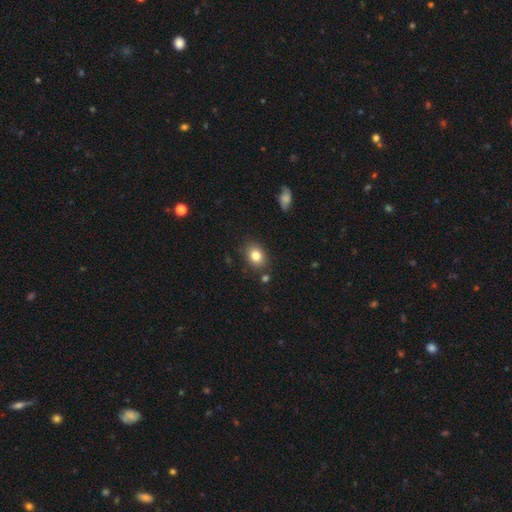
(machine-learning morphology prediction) smooth-or-featured: smooth: 82% | star or artifact: 10% | featured or disk: 8%
  how-rounded: in between: 57% | round: 42% | cigar-shaped: 1%
  merging: none: 82% | minor disturbance: 12% | merger: 4% | major disturbance: 3%